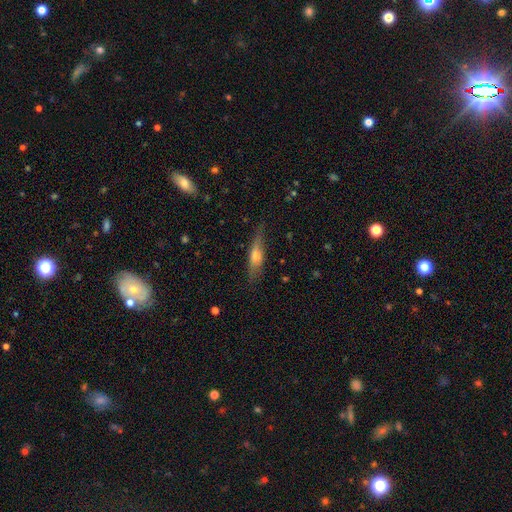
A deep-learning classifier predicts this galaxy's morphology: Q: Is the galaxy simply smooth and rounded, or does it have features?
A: featured or disk — 53%.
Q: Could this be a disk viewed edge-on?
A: yes — 90%.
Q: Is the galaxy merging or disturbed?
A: none — 76%.